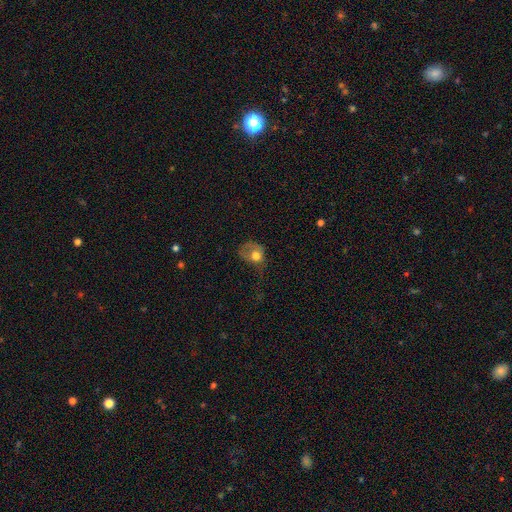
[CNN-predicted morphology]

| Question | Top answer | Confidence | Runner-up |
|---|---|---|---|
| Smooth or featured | smooth | 65% | featured or disk (25%) |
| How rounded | round | 51% | in between (48%) |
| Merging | major disturbance | 50% | minor disturbance (27%) |